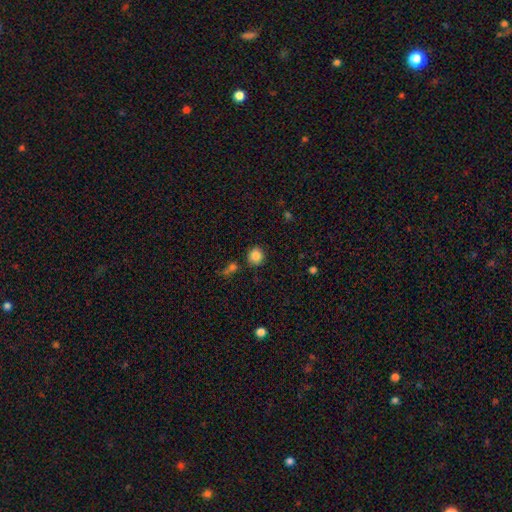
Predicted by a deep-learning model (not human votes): Smooth or featured? Predicted: smooth (p=0.85). How rounded? Predicted: round (p=0.91). Merging? Predicted: none (p=0.85).